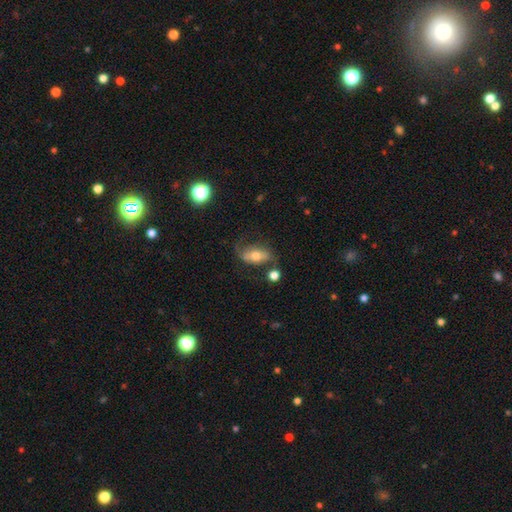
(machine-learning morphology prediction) Smooth or featured?
  - smooth: 47% *
  - featured or disk: 44%
  - star or artifact: 9%
Merging?
  - none: 51% *
  - minor disturbance: 24%
  - major disturbance: 17%
  - merger: 8%